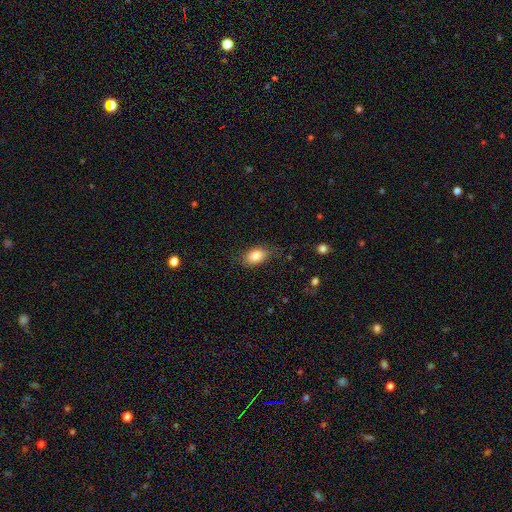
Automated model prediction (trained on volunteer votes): smooth-or-featured: smooth: 84% | featured or disk: 8% | star or artifact: 8%
  how-rounded: in between: 87% | round: 11% | cigar-shaped: 2%
  merging: none: 74% | minor disturbance: 19% | major disturbance: 6% | merger: 1%